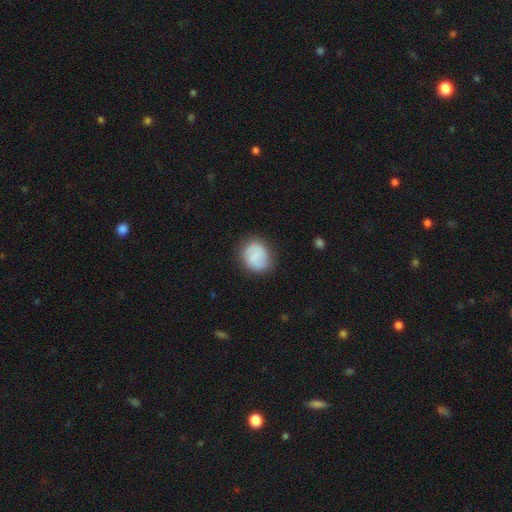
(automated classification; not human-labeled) A smooth galaxy with no disk features (66%) that is round (69%).

Vote fractions:
- Smooth or featured? smooth: 66% / featured or disk: 27% / star or artifact: 8%
- How rounded? round: 69% / in between: 30% / cigar-shaped: 1%
- Merging? none: 78% / minor disturbance: 15% / major disturbance: 5% / merger: 2%